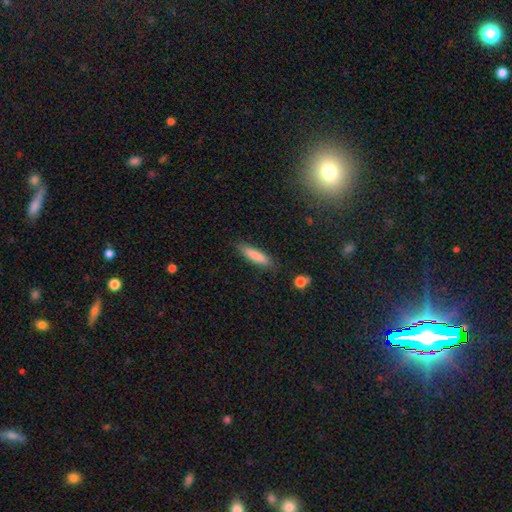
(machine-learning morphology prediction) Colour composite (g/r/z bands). It shows a smooth galaxy with no disk features (84%) that is cigar-shaped (73%). Merging: none (85%).